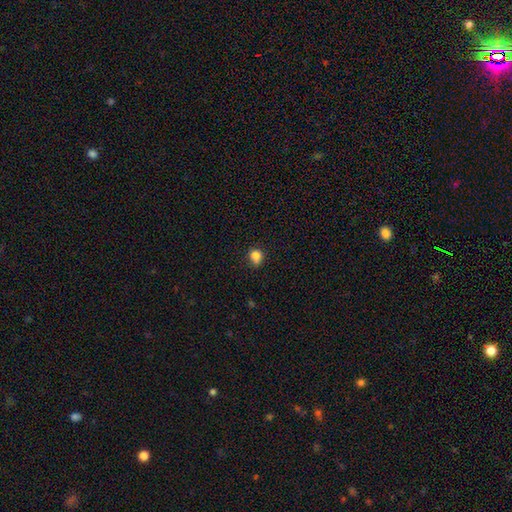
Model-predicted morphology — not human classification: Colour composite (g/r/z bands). It shows a smooth galaxy with no disk features (83%) that is round (65%). Merging: none (64%).